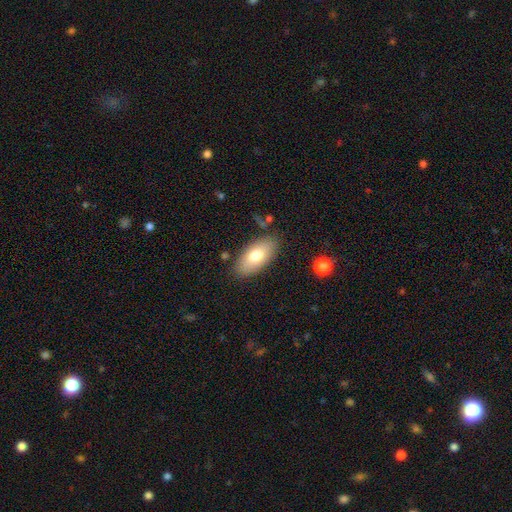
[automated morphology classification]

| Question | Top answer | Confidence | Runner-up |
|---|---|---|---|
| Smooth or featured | smooth | 74% | featured or disk (19%) |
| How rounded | in between | 91% | cigar-shaped (6%) |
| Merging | none | 83% | minor disturbance (11%) |